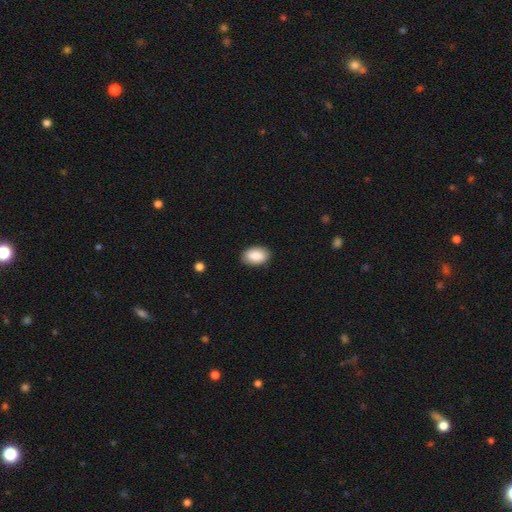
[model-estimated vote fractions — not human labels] Morphology: type=smooth (87%); roundness=in between (90%); merging=none (86%).